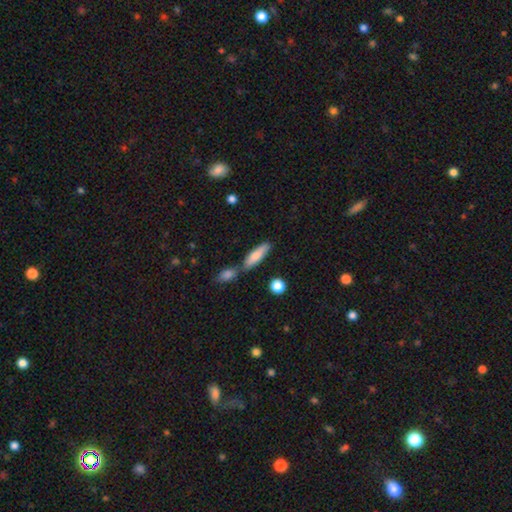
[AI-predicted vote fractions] Smooth or featured? Predicted: smooth (p=0.78). How rounded? Predicted: cigar-shaped (p=0.59). Merging? Predicted: none (p=0.60).